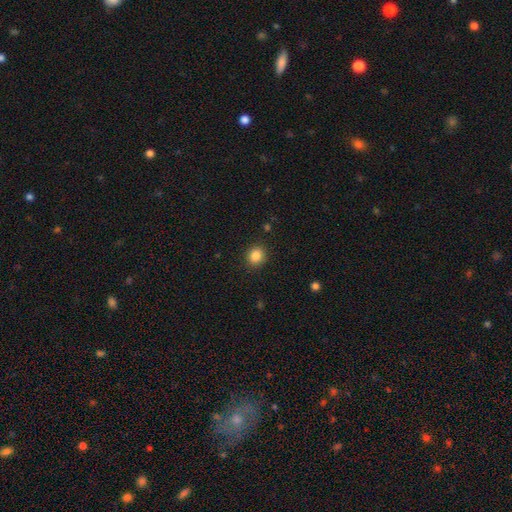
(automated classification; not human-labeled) Smooth or featured?
  - smooth: 86% *
  - star or artifact: 10%
  - featured or disk: 4%
How rounded?
  - round: 78% *
  - in between: 21%
  - cigar-shaped: 1%
Merging?
  - none: 89% *
  - minor disturbance: 7%
  - major disturbance: 2%
  - merger: 1%